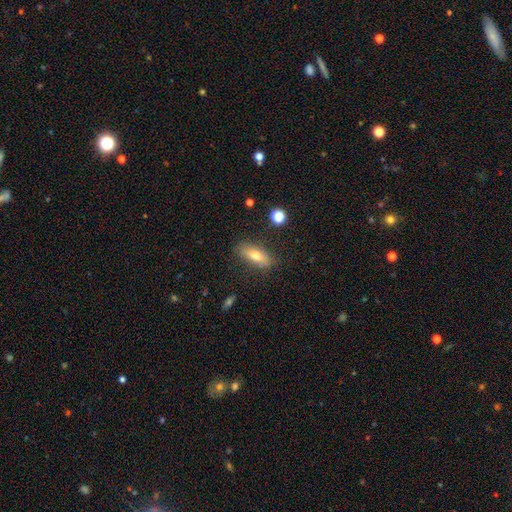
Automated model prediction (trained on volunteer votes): smooth-or-featured: smooth: 66% | featured or disk: 26% | star or artifact: 8%
  how-rounded: in between: 64% | cigar-shaped: 33% | round: 4%
  merging: none: 82% | minor disturbance: 13% | major disturbance: 3% | merger: 2%